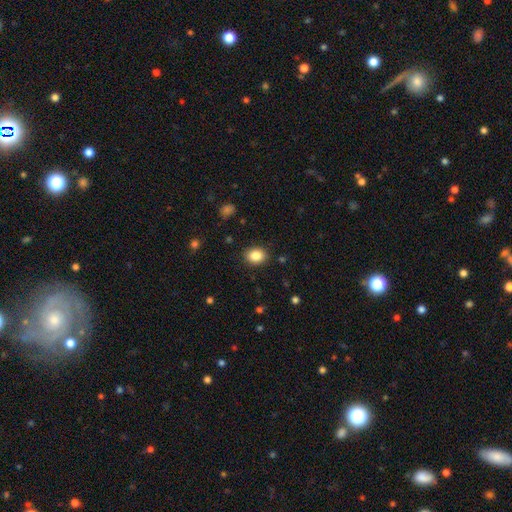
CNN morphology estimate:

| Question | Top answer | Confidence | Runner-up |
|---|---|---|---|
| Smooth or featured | smooth | 86% | star or artifact (9%) |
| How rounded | in between | 57% | round (42%) |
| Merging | none | 88% | minor disturbance (9%) |